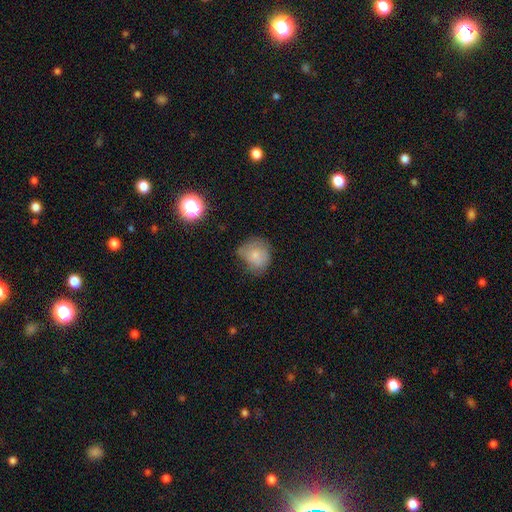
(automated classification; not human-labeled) Q: Smooth or featured?
A: smooth (68%); runner-up: featured or disk (22%)
Q: How rounded?
A: round (70%); runner-up: in between (29%)
Q: Merging?
A: none (46%); runner-up: minor disturbance (37%)